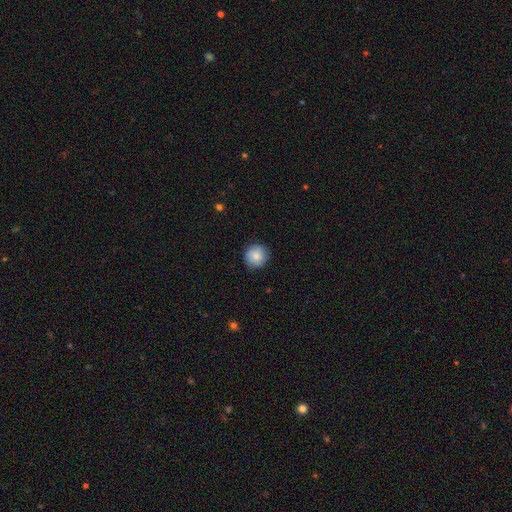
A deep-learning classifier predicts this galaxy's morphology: Overall: smooth (85%). How rounded: round (93%). Merging: none (89%).